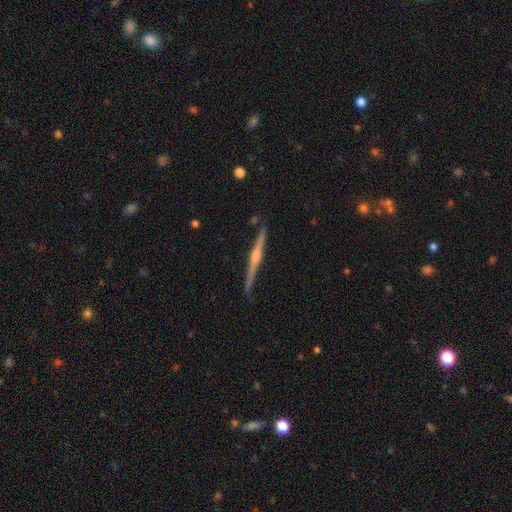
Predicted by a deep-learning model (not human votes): Smooth or featured?
  - featured or disk: 81% *
  - smooth: 14%
  - star or artifact: 5%
Edge-on disk?
  - yes: 98% *
  - no: 2%
Edge-on bulge?
  - rounded: 81% *
  - none: 11%
  - boxy: 7%
Merging?
  - none: 85% *
  - minor disturbance: 11%
  - major disturbance: 2%
  - merger: 2%